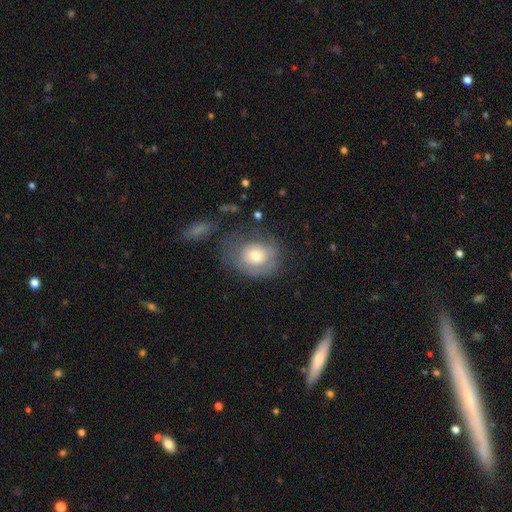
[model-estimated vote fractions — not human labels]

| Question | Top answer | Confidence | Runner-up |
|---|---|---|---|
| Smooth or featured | smooth | 48% | featured or disk (44%) |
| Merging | none | 49% | minor disturbance (23%) |